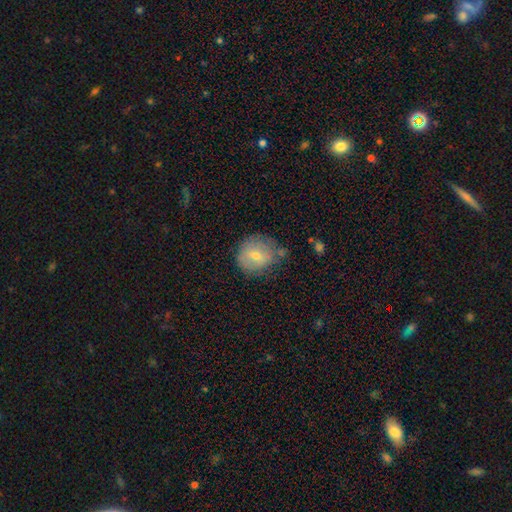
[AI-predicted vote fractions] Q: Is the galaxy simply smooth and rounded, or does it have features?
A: smooth — 66%.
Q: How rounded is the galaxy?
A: round — 79%.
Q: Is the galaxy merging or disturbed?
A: none — 62%.